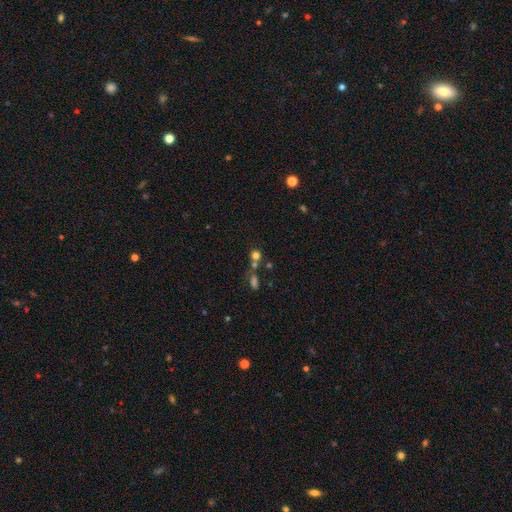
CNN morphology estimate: Smooth or featured?
  - smooth: 71% *
  - star or artifact: 19%
  - featured or disk: 10%
How rounded?
  - round: 84% *
  - in between: 14%
  - cigar-shaped: 2%
Merging?
  - none: 51% *
  - merger: 34%
  - minor disturbance: 9%
  - major disturbance: 6%